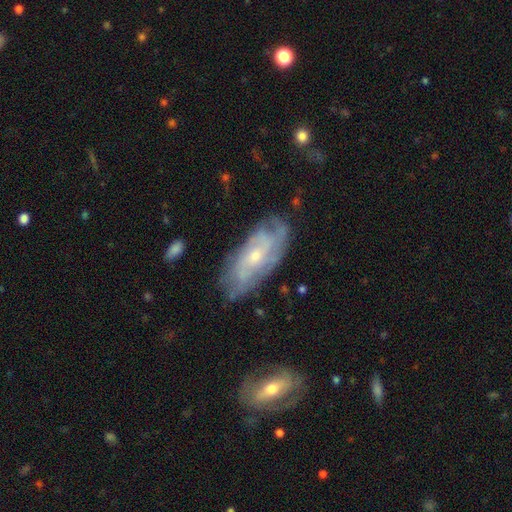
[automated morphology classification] Overall: featured or disk (74%). Edge-on disk: no (90%). Bar: no (69%). Spiral arms: yes (87%). Spiral arm count: can't tell (51%; 2 18%). Spiral winding: tight (55%; medium 33%). Bulge size: small (64%; moderate 32%). Merging: none (71%).